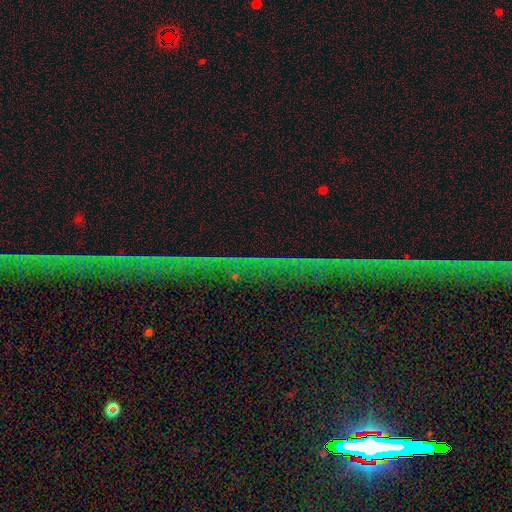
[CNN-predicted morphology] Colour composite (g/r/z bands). It shows a star or artifact, not a galaxy (76%).